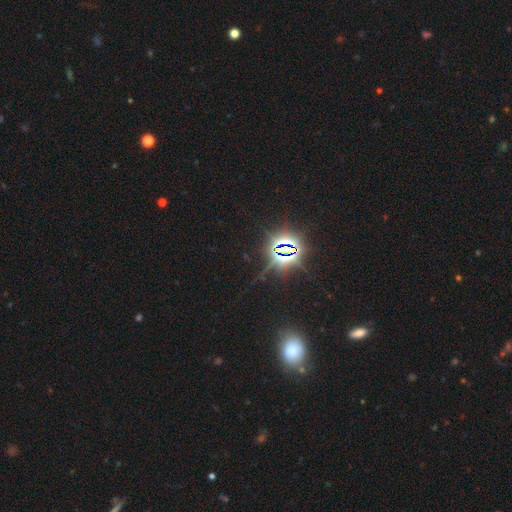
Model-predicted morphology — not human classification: A star or artifact, not a galaxy (81%).